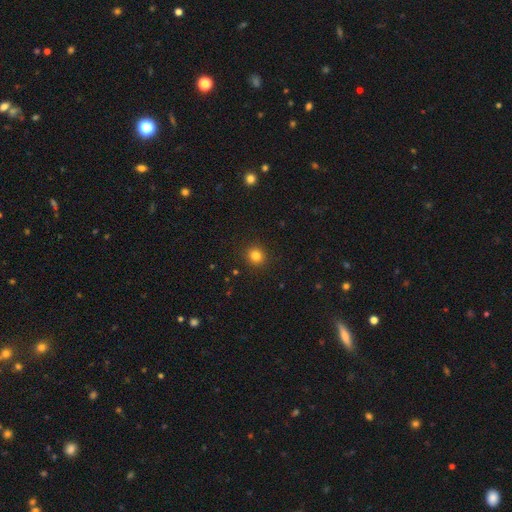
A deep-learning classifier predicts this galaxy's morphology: This appears to be a smooth galaxy with no disk features (82%) that is round (90%). Merging: none (92%).